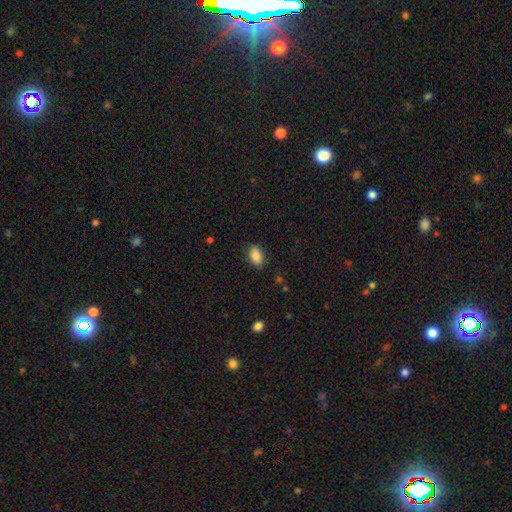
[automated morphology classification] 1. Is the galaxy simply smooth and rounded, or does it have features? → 87% smooth, 8% star or artifact, 5% featured or disk.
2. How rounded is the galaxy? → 89% in between, 9% round, 1% cigar-shaped.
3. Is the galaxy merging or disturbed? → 84% none, 12% minor disturbance, 3% major disturbance, 1% merger.